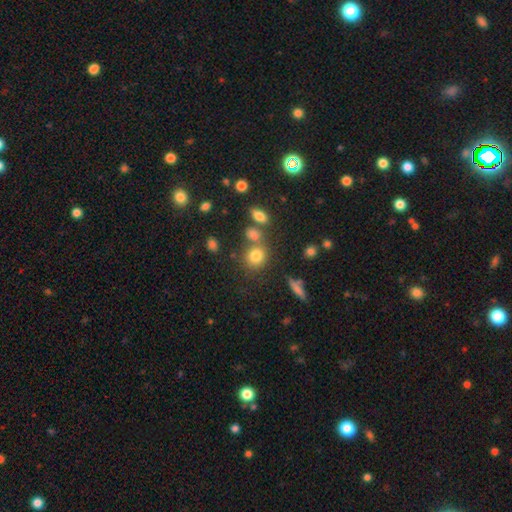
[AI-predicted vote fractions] smooth 77%, star or artifact 13%, featured or disk 9%. Down the decision tree: how rounded — round (73%); merging — none (64%).